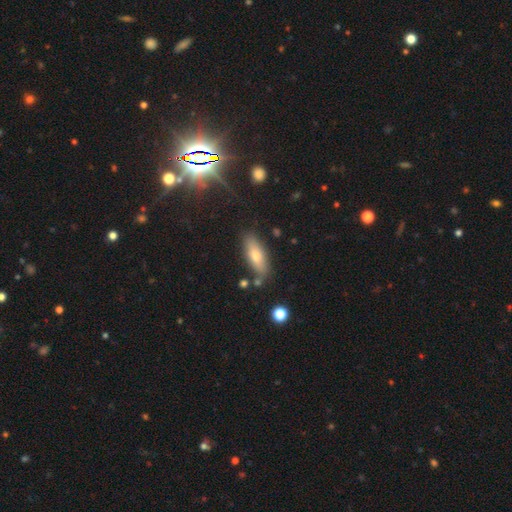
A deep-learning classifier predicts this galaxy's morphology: This is possibly a smooth galaxy (57%). How rounded: likely in between (64%). Merging: likely none (79%).